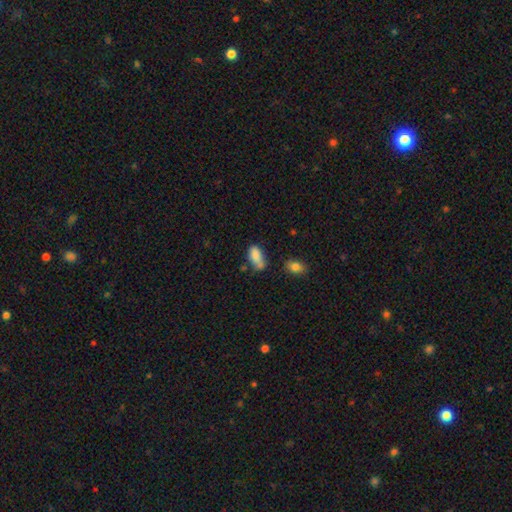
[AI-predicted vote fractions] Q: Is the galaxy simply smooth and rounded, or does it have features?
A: smooth — 80%.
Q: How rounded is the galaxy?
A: in between — 88%.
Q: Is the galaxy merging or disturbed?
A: none — 41%.